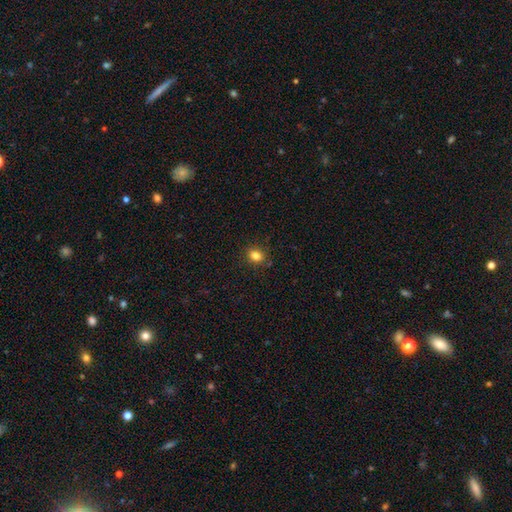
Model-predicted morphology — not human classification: Q: Smooth or featured?
A: smooth (82%); runner-up: star or artifact (12%)
Q: How rounded?
A: round (53%); runner-up: in between (45%)
Q: Merging?
A: none (85%); runner-up: minor disturbance (10%)